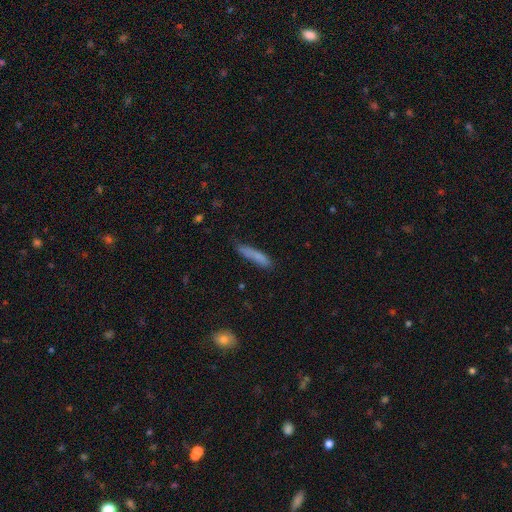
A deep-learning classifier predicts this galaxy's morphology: A smooth galaxy with no disk features (77%) that is cigar-shaped (88%). Merging: none (69%).